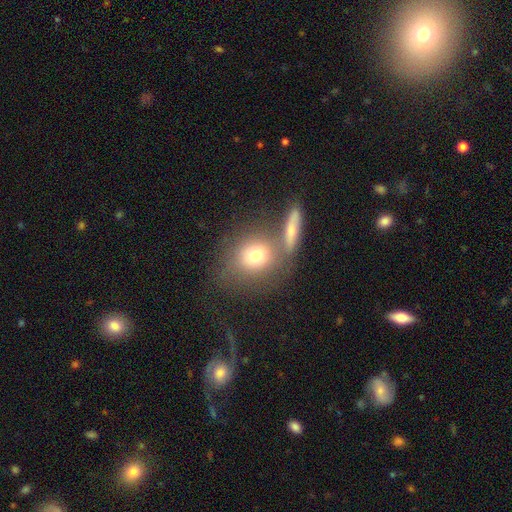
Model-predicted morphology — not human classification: Overall: smooth (73%). How rounded: round (73%). Merging: none (57%; merger 25%).